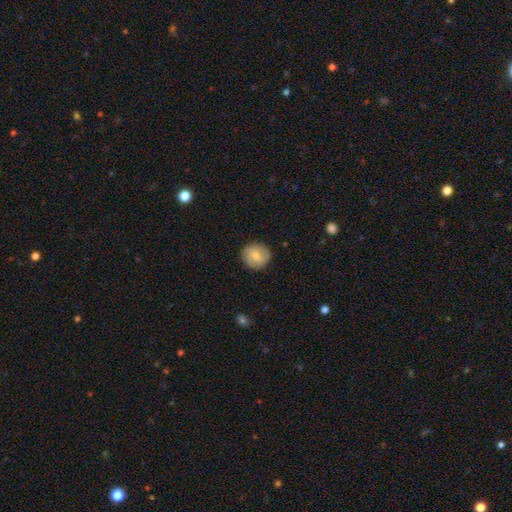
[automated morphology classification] smooth-or-featured: smooth: 63% | featured or disk: 30% | star or artifact: 7%
  how-rounded: round: 88% | in between: 11% | cigar-shaped: 1%
  merging: none: 85% | minor disturbance: 11% | major disturbance: 3% | merger: 1%